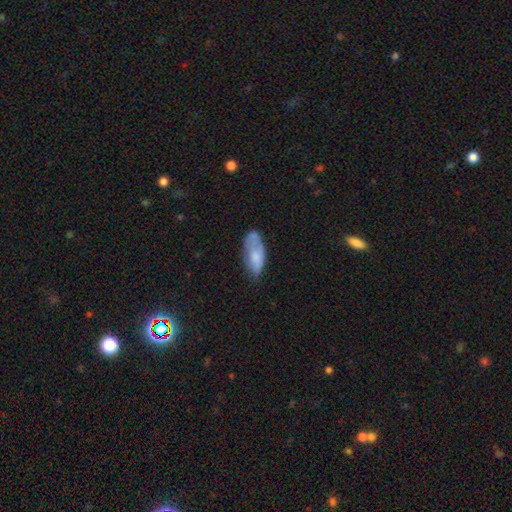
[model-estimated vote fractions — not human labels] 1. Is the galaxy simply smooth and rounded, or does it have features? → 69% smooth, 24% featured or disk, 7% star or artifact.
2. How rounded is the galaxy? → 85% in between, 13% cigar-shaped, 2% round.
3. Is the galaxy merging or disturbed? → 47% none, 35% minor disturbance, 13% major disturbance, 5% merger.